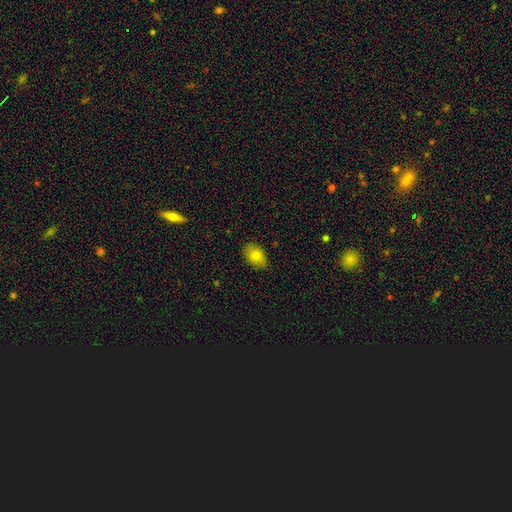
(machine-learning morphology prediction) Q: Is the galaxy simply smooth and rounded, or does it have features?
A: smooth — 78%.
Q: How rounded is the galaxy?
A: in between — 81%.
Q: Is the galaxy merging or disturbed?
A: none — 83%.